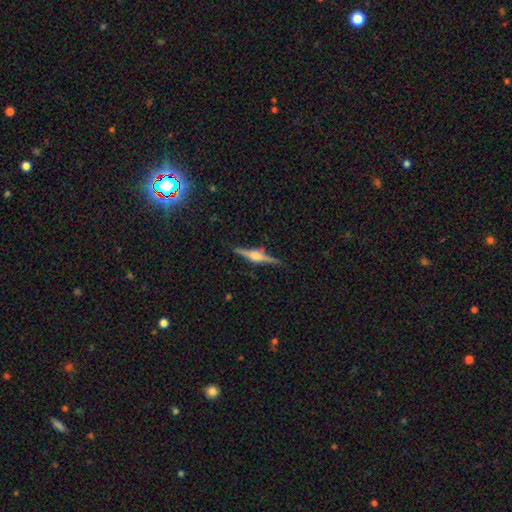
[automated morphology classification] type=featured or disk (81%); edge-on=yes (98%); edge-on bulge=rounded (88%); merging=none (88%).